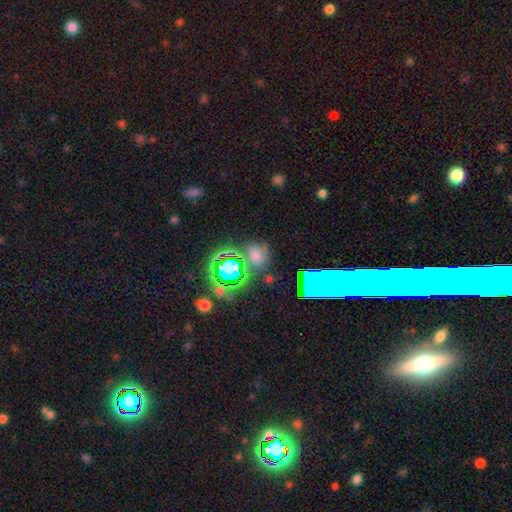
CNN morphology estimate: A smooth galaxy with no disk features (48%). Merging: none (69%).